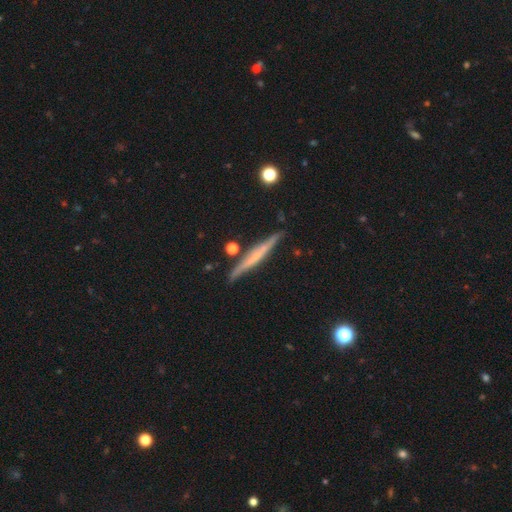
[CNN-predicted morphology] Smooth or featured: featured or disk — 60% (smooth — 34%)
Edge-on disk: yes — 96% (no — 4%)
Edge-on bulge: none — 62% (rounded — 25%)
Merging: none — 85% (minor disturbance — 10%)